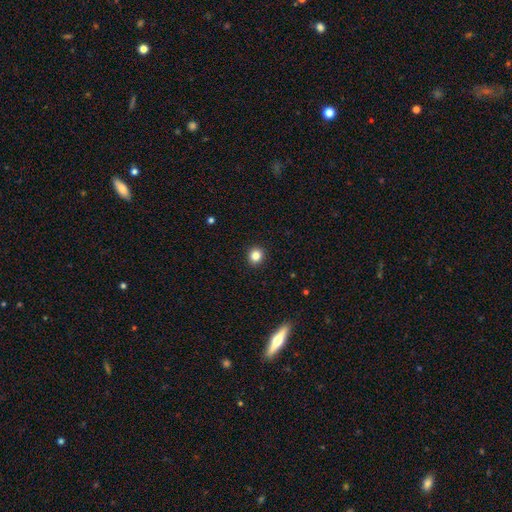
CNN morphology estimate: A smooth galaxy with no disk features (84%) that is round (90%). Merging: none (93%).